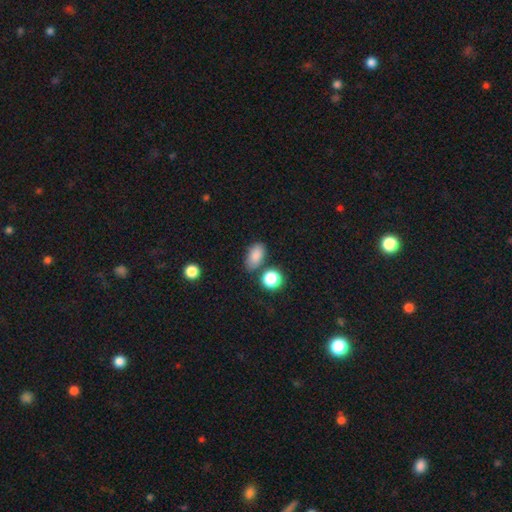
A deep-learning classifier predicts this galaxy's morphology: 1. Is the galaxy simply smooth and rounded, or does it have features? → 85% smooth, 10% star or artifact, 5% featured or disk.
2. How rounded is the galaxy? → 88% in between, 9% round, 3% cigar-shaped.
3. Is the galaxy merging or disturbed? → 74% none, 14% minor disturbance, 9% merger, 4% major disturbance.